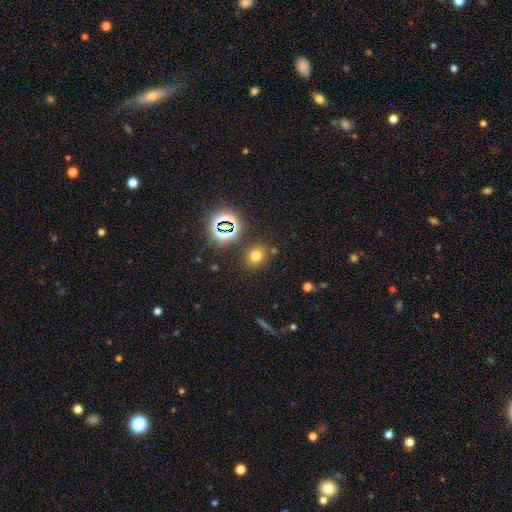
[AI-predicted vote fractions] Overall: smooth (66%; star or artifact 26%). How rounded: round (70%). Merging: none (82%).